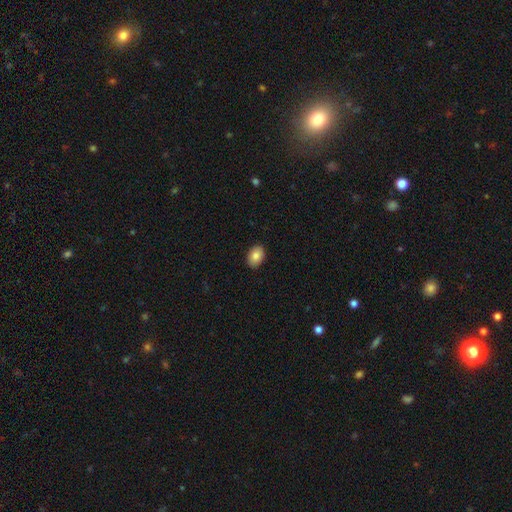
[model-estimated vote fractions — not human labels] Overall: smooth (85%). How rounded: in between (81%). Merging: none (90%).